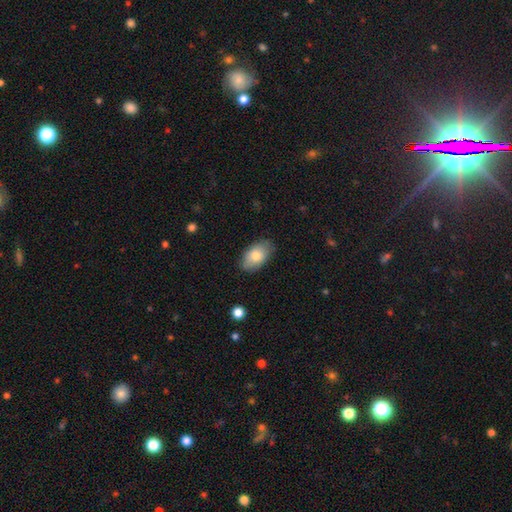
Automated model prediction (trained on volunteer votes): Smooth or featured?
  - smooth: 80% *
  - featured or disk: 13%
  - star or artifact: 6%
How rounded?
  - in between: 93% *
  - round: 5%
  - cigar-shaped: 2%
Merging?
  - none: 84% *
  - minor disturbance: 13%
  - major disturbance: 3%
  - merger: 1%